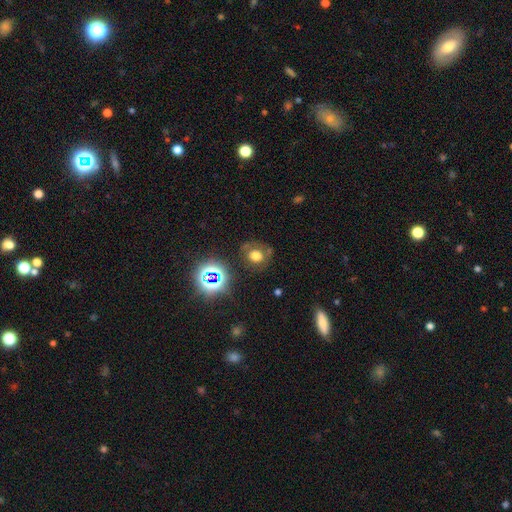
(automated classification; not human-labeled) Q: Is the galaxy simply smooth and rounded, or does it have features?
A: smooth — 60%.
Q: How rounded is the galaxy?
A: round — 70%.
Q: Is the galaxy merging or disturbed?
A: none — 66%.